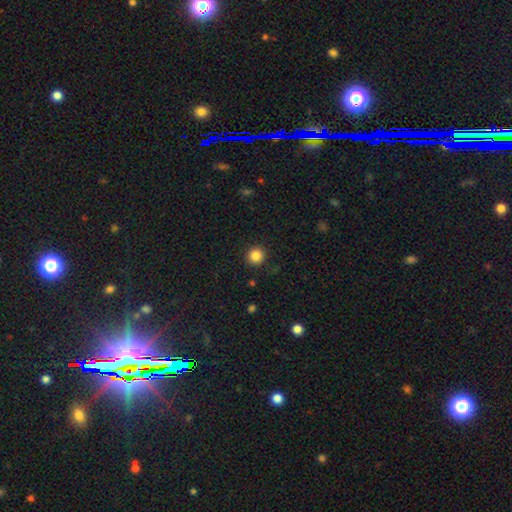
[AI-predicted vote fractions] Morphology: type=smooth (86%); roundness=round (94%); merging=none (92%).